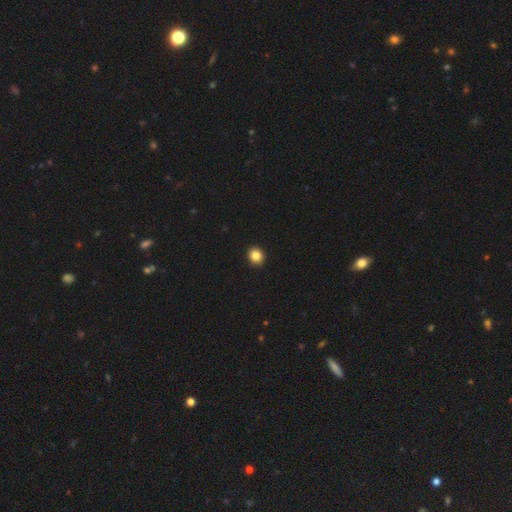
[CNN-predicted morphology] Smooth or featured? Predicted: smooth (p=0.85). How rounded? Predicted: round (p=0.84). Merging? Predicted: none (p=0.94).